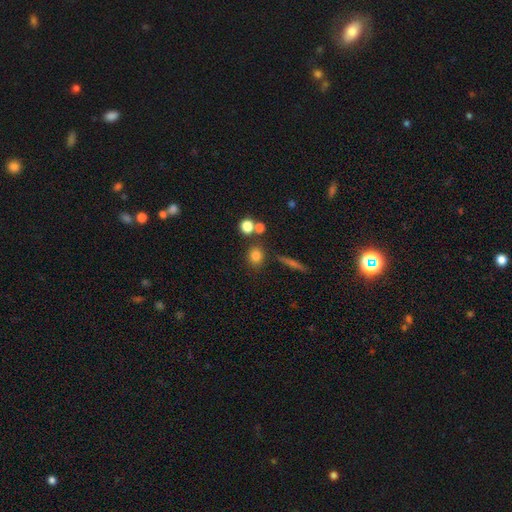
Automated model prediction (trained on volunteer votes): smooth-or-featured: smooth: 79% | star or artifact: 13% | featured or disk: 8%
  how-rounded: round: 75% | in between: 22% | cigar-shaped: 3%
  merging: none: 74% | merger: 13% | minor disturbance: 9% | major disturbance: 4%